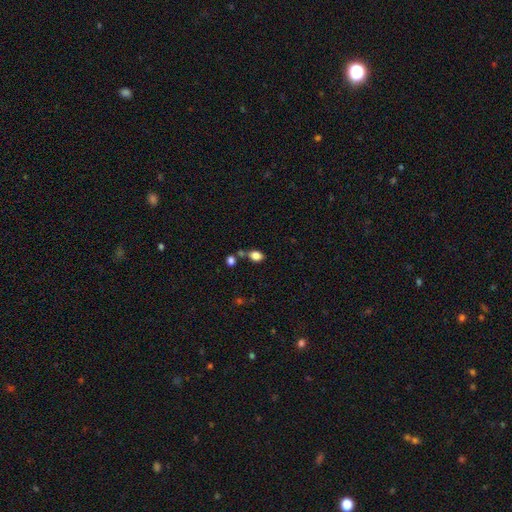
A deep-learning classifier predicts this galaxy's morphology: Smooth or featured? Predicted: smooth (p=0.84). How rounded? Predicted: in between (p=0.71). Merging? Predicted: none (p=0.59).